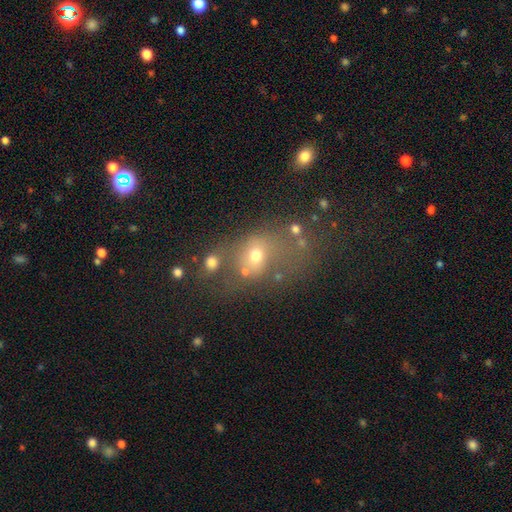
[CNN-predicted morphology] This is possibly a smooth galaxy (57%). How rounded: possibly in between (53%). Merging: marginally none (42%).